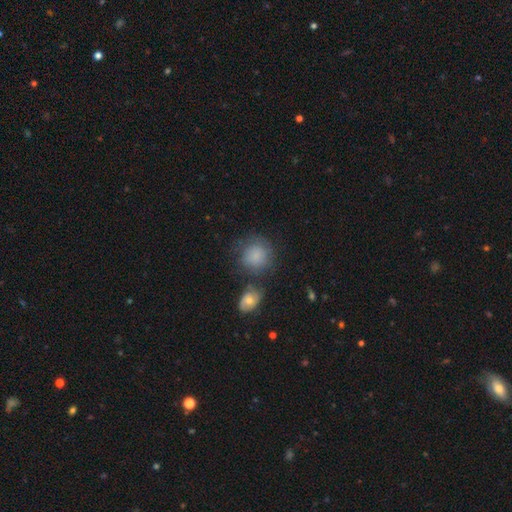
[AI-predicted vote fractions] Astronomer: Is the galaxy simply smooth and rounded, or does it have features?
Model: smooth — 78%.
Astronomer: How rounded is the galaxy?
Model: round — 84%.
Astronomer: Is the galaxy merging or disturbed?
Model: none — 62%.